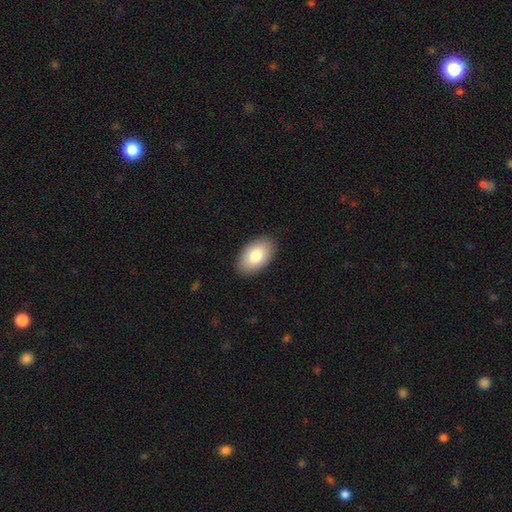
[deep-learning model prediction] A smooth galaxy with no disk features (82%) that is in between round and cigar-shaped (94%). Merging: none (89%).